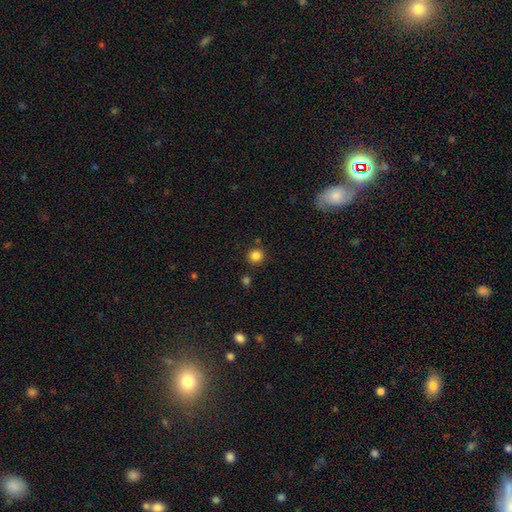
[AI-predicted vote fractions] This is clearly a smooth galaxy (84%). How rounded: clearly round (90%). Merging: clearly none (85%).